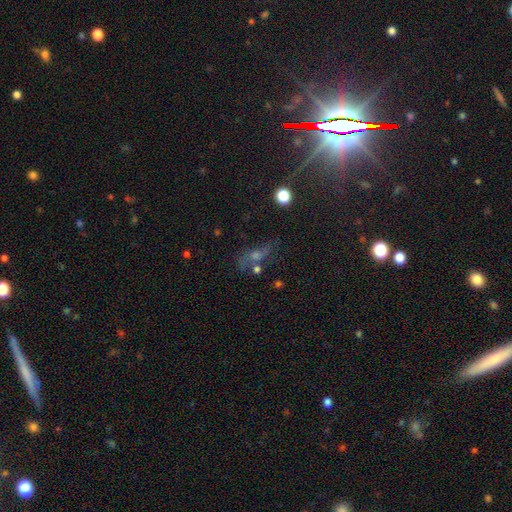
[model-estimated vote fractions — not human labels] featured or disk 35%, star or artifact 34%, smooth 31%. Down the decision tree: merging — none (47%).